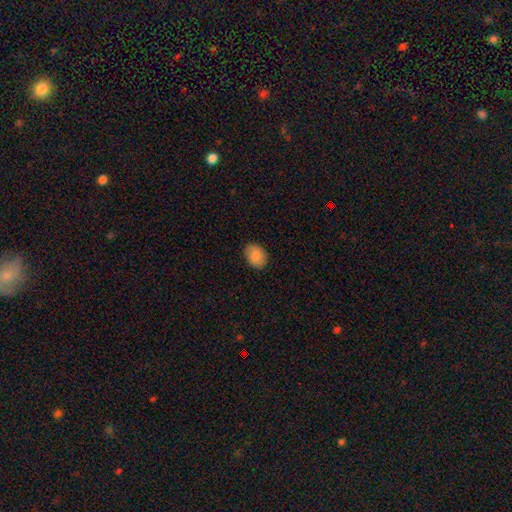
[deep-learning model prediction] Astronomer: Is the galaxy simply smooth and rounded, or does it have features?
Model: smooth — 86%.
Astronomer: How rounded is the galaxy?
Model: in between — 71%.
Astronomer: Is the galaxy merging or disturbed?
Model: none — 86%.